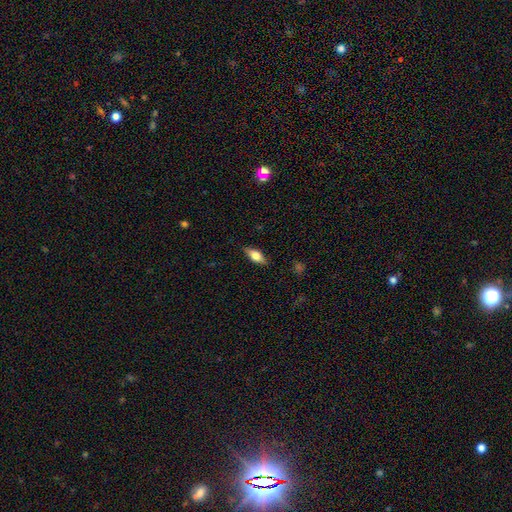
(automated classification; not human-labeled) A smooth galaxy with no disk features (65%) that is in between round and cigar-shaped (77%). Merging: none (85%).